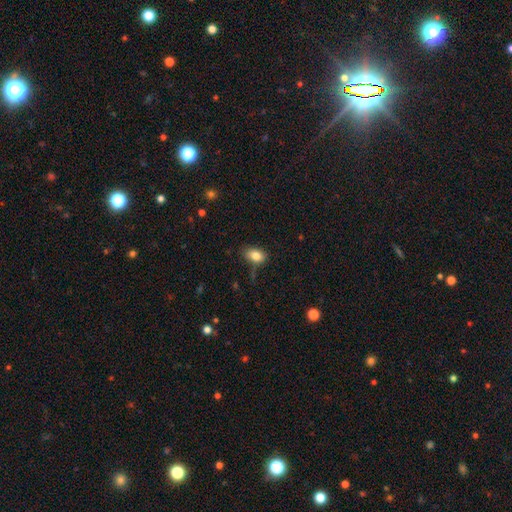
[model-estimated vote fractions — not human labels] Q: Smooth or featured?
A: smooth (83%); runner-up: star or artifact (9%)
Q: How rounded?
A: in between (85%); runner-up: round (13%)
Q: Merging?
A: none (71%); runner-up: minor disturbance (20%)